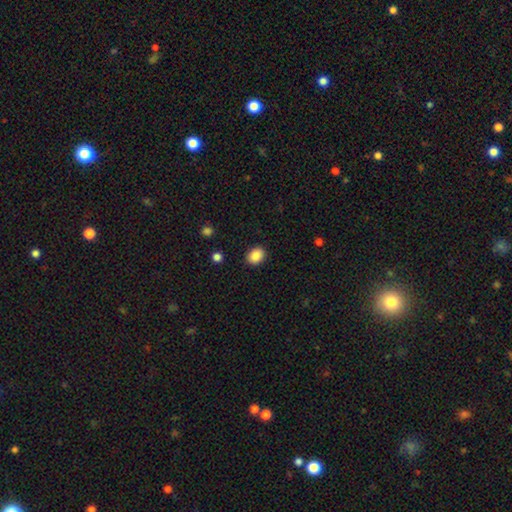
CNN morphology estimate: Smooth or featured?
  - smooth: 88% *
  - star or artifact: 8%
  - featured or disk: 3%
How rounded?
  - in between: 60% *
  - round: 39%
  - cigar-shaped: 1%
Merging?
  - none: 89% *
  - minor disturbance: 8%
  - major disturbance: 2%
  - merger: 1%